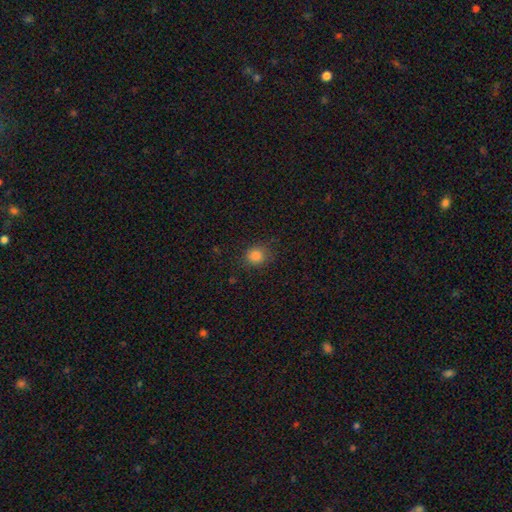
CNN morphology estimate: Smooth or featured: smooth — 84% (star or artifact — 12%)
How rounded: round — 80% (in between — 19%)
Merging: none — 82% (minor disturbance — 13%)